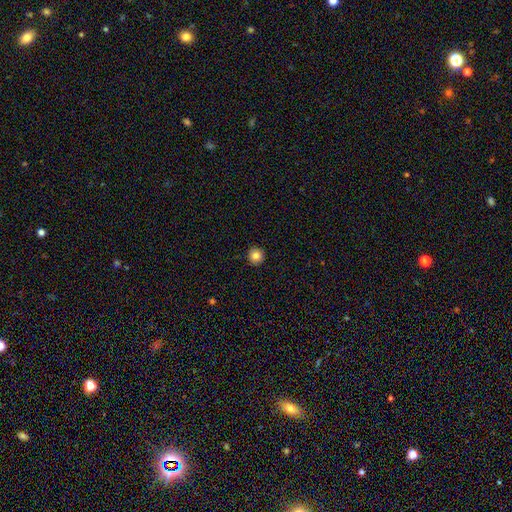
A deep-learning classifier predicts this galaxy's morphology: Overall: smooth (83%). How rounded: round (94%). Merging: none (92%).